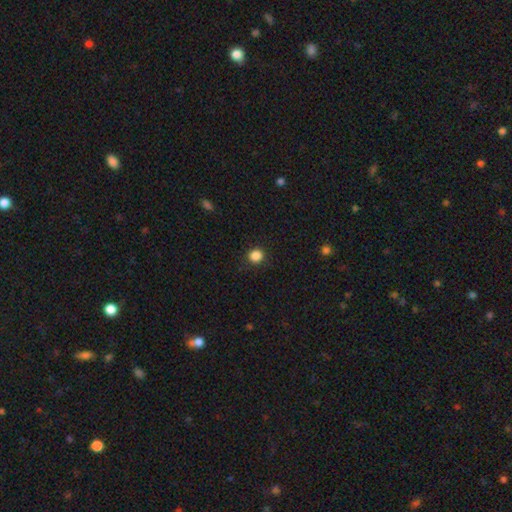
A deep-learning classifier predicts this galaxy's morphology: Overall: smooth (86%). How rounded: round (88%). Merging: none (90%).